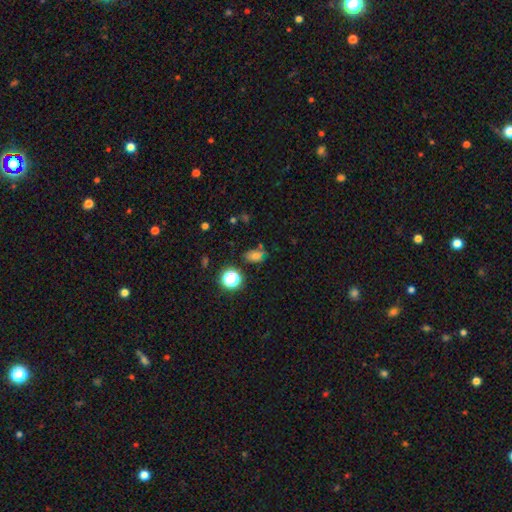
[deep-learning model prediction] Morphology: type=smooth (59%); roundness=in between (65%); merging=none (69%).